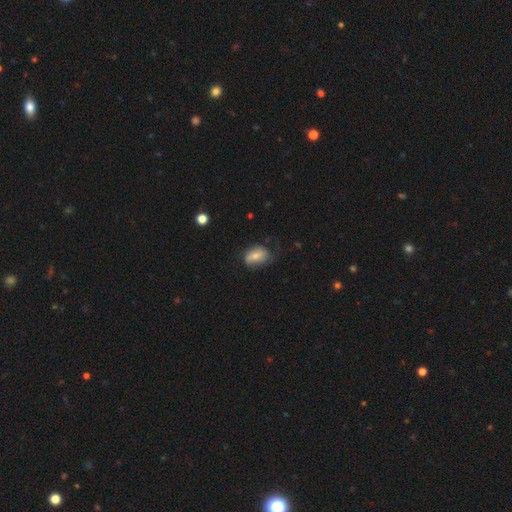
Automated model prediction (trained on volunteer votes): Smooth or featured? smooth (56%)
How rounded? in between (79%)
Merging? none (50%)